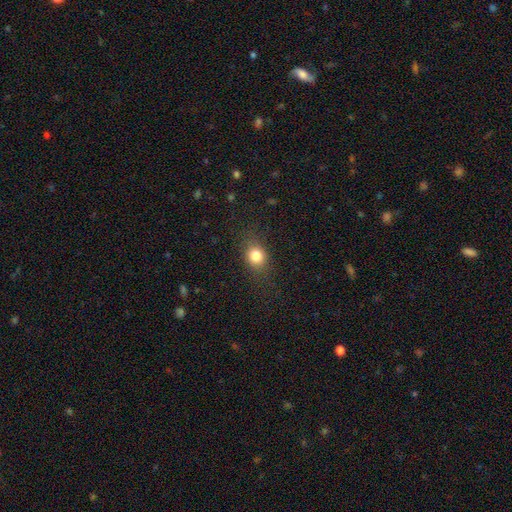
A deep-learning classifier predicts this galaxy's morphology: Q: Smooth or featured?
A: smooth (80%); runner-up: star or artifact (11%)
Q: How rounded?
A: round (59%); runner-up: in between (40%)
Q: Merging?
A: none (80%); runner-up: minor disturbance (13%)